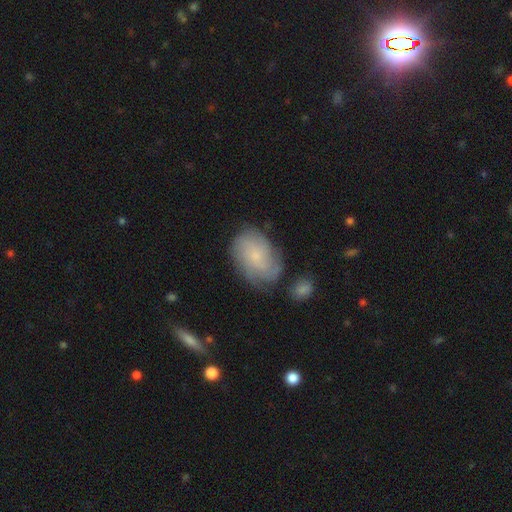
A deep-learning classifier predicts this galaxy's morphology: Smooth or featured?
  - featured or disk: 49% *
  - smooth: 43%
  - star or artifact: 8%
Merging?
  - none: 66% *
  - minor disturbance: 22%
  - major disturbance: 8%
  - merger: 4%